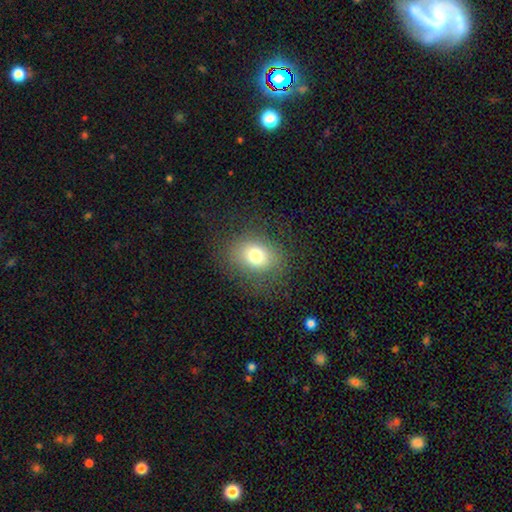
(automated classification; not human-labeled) This appears to be a smooth galaxy with no disk features (74%) that is in between round and cigar-shaped (52%). Merging: none (80%).